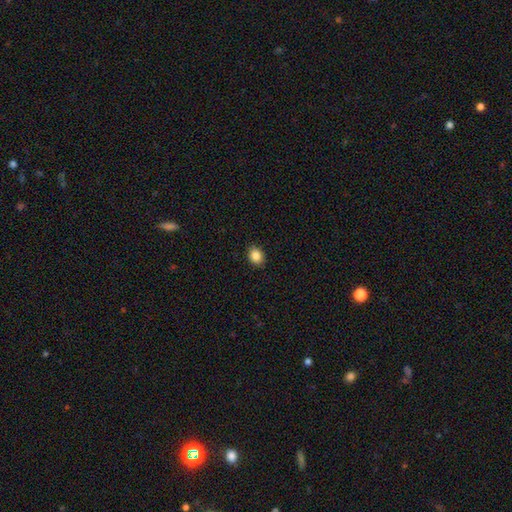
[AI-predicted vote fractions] Morphology: type=smooth (87%); roundness=round (57%); merging=none (89%).